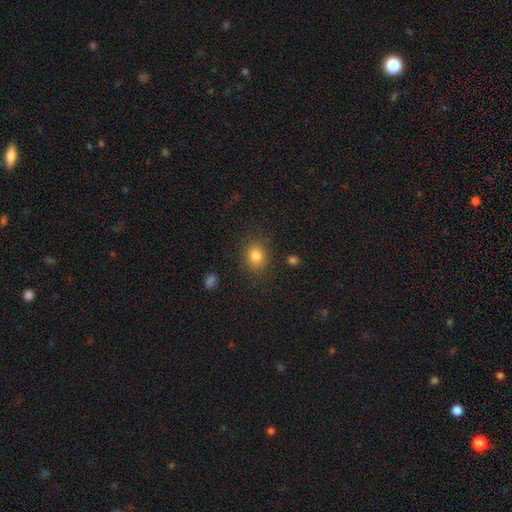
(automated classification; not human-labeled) smooth_or_featured: smooth (p=0.81) [alt: star or artifact p=0.12]
how_rounded: round (p=0.64) [alt: in between p=0.35]
merging: none (p=0.86) [alt: minor disturbance p=0.09]